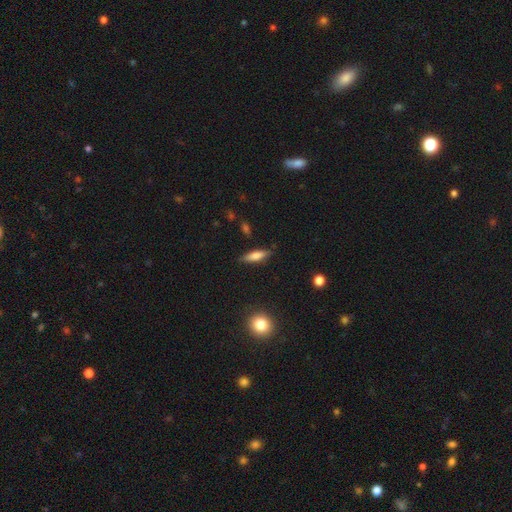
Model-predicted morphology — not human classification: Smooth or featured?
  - smooth: 64% *
  - featured or disk: 28%
  - star or artifact: 8%
How rounded?
  - cigar-shaped: 58% *
  - in between: 40%
  - round: 3%
Merging?
  - none: 84% *
  - minor disturbance: 12%
  - major disturbance: 3%
  - merger: 2%